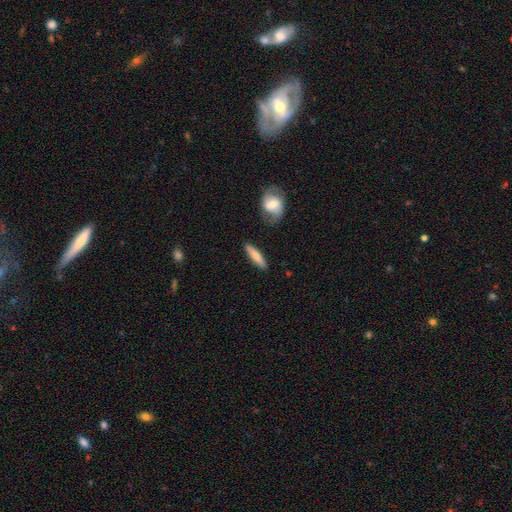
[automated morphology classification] smooth_or_featured: smooth (p=0.71) [alt: featured or disk p=0.23]
how_rounded: cigar-shaped (p=0.77) [alt: in between p=0.21]
merging: none (p=0.84) [alt: minor disturbance p=0.11]